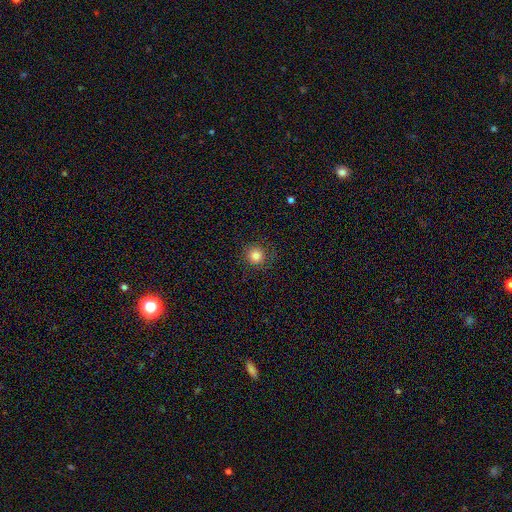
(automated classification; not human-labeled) Smooth or featured? smooth (83%)
How rounded? round (94%)
Merging? none (88%)